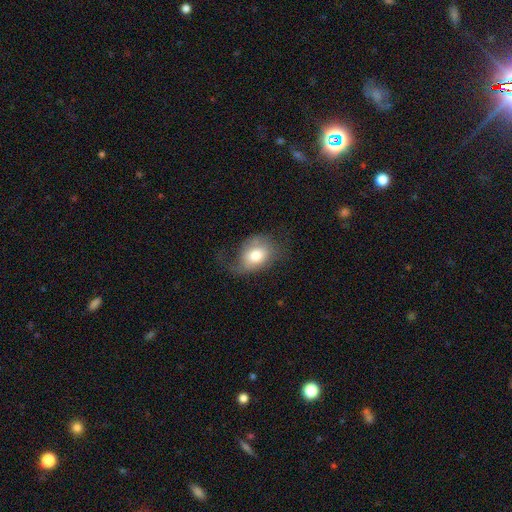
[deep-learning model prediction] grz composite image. It shows a smooth galaxy with no disk features (64%) that is in between round and cigar-shaped (69%). Merging: none (36%).